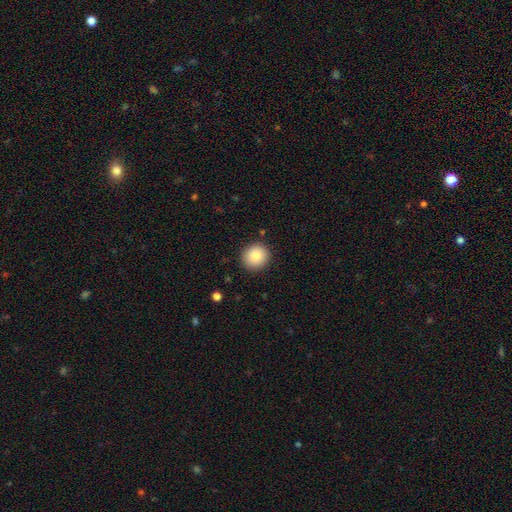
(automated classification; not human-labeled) Morphology: type=smooth (85%); roundness=round (90%); merging=none (90%).